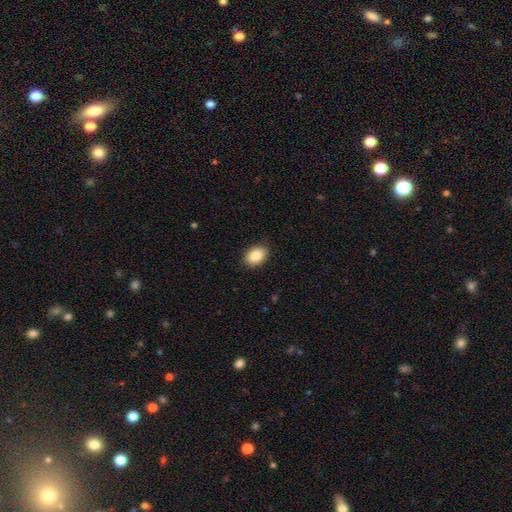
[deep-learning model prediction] The model was most divided on "how rounded": in between: 82%, round: 17%, cigar-shaped: 1%. More confident: merging — none (88%); smooth or featured — smooth (88%).